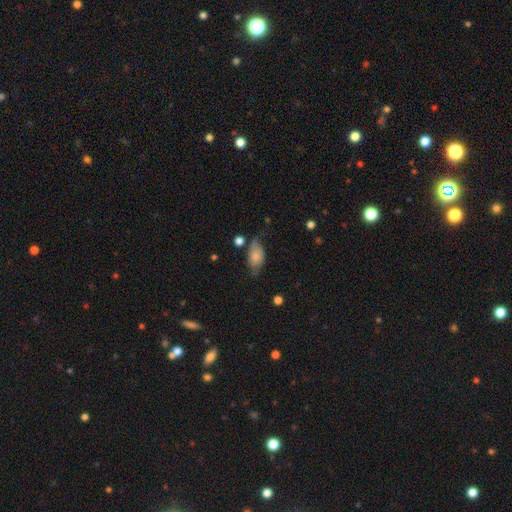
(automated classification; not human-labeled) smooth-or-featured: smooth: 68% | featured or disk: 24% | star or artifact: 8%
  how-rounded: in between: 90% | round: 6% | cigar-shaped: 3%
  merging: none: 49% | minor disturbance: 36% | major disturbance: 11% | merger: 4%